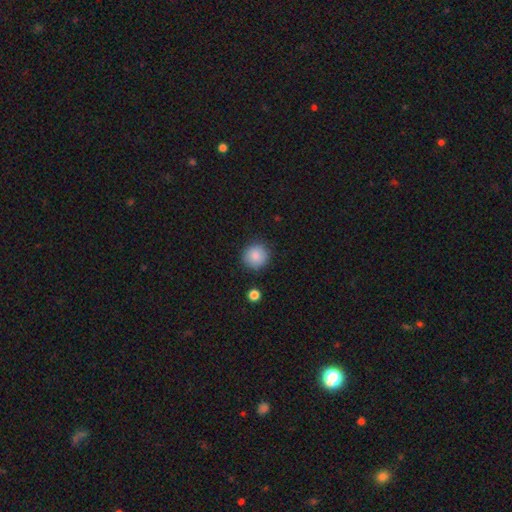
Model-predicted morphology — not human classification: Q: Smooth or featured?
A: smooth (87%); runner-up: star or artifact (8%)
Q: How rounded?
A: round (93%); runner-up: in between (6%)
Q: Merging?
A: none (87%); runner-up: minor disturbance (9%)